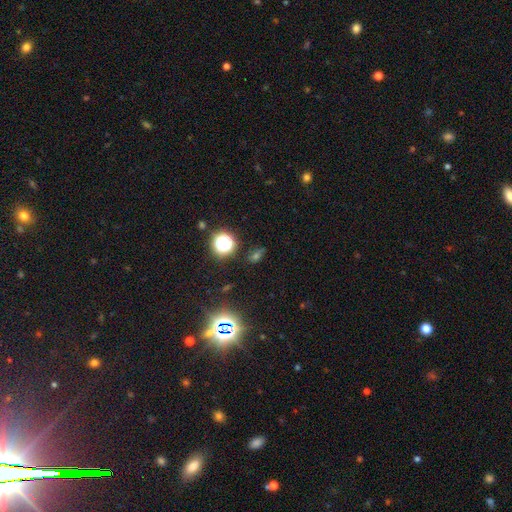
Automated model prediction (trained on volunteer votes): Smooth or featured: star or artifact — 55% (smooth — 34%)